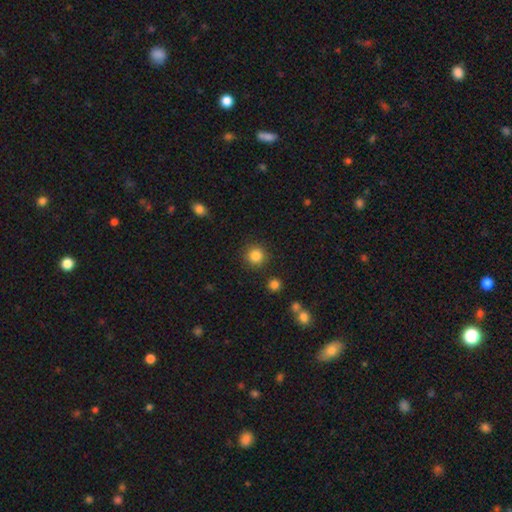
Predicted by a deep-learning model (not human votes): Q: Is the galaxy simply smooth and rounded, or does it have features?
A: smooth — 84%.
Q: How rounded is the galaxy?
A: round — 94%.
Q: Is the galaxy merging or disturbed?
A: none — 89%.